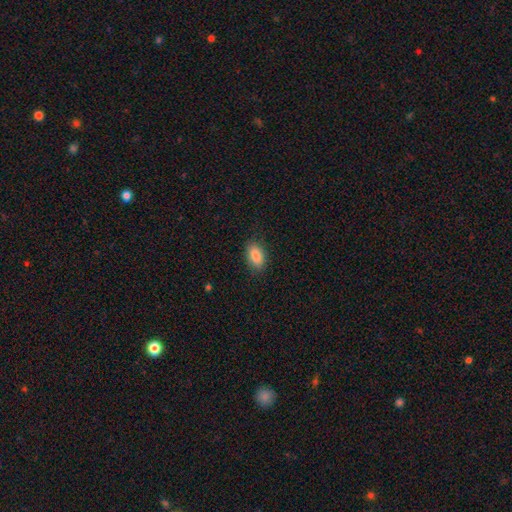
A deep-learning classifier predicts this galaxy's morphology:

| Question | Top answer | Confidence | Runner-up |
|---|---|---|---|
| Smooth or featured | smooth | 88% | star or artifact (7%) |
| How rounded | in between | 91% | round (6%) |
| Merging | none | 86% | minor disturbance (10%) |